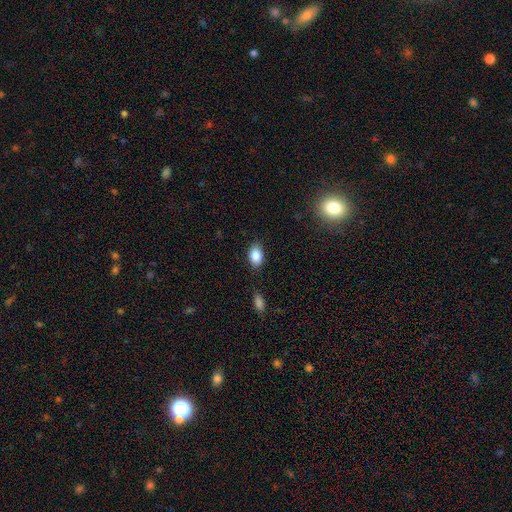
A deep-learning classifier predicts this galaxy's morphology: A smooth galaxy with no disk features (85%) that is in between round and cigar-shaped (85%).

Vote fractions:
- Smooth or featured? smooth: 85% / star or artifact: 8% / featured or disk: 6%
- How rounded? in between: 85% / round: 14% / cigar-shaped: 1%
- Merging? none: 82% / minor disturbance: 13% / major disturbance: 3% / merger: 2%